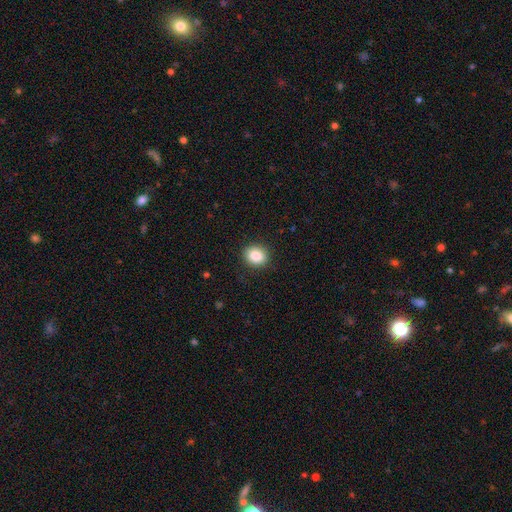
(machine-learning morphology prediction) This is clearly a smooth galaxy (87%). How rounded: likely round (65%). Merging: clearly none (89%).